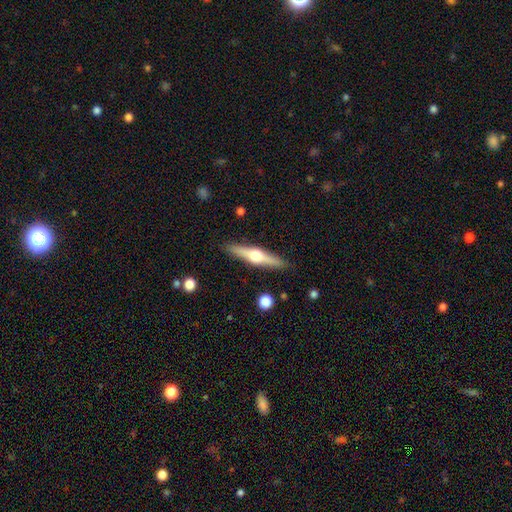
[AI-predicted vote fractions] featured or disk 70%, smooth 25%, star or artifact 5%. Down the decision tree: edge-on disk — yes (98%); edge-on bulge — rounded (95%); merging — none (90%).